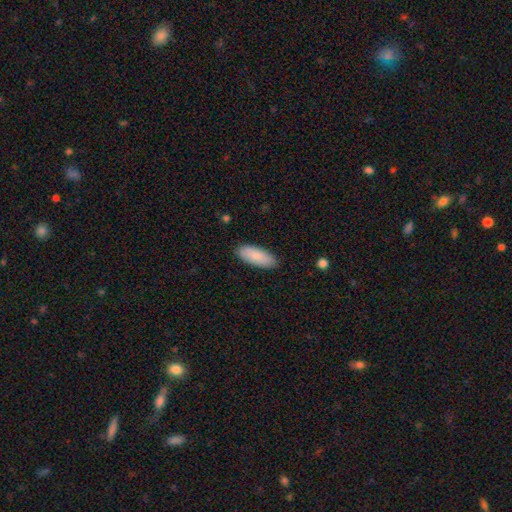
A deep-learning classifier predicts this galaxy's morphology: The model was most divided on "how rounded": in between: 81%, cigar-shaped: 18%, round: 2%. More confident: merging — none (88%); smooth or featured — smooth (87%).